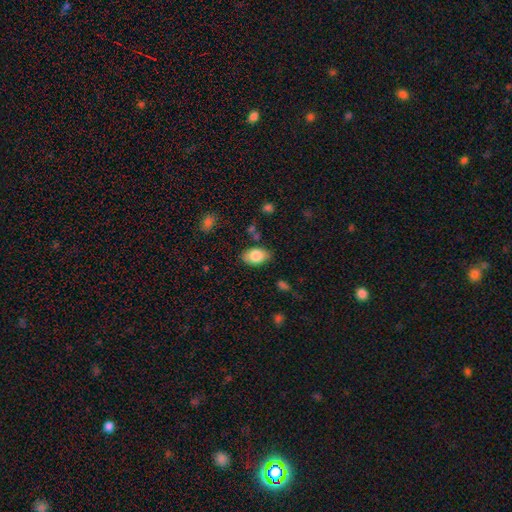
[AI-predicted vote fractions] This appears to be a smooth galaxy with no disk features (83%) that is in between round and cigar-shaped (90%). Merging: none (81%).